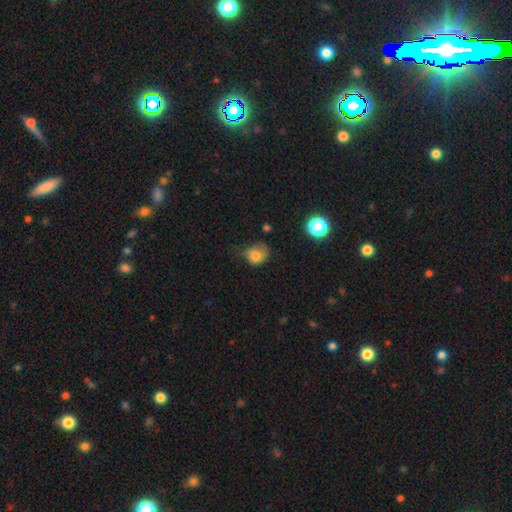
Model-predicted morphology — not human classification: Smooth or featured? smooth (78%)
How rounded? round (62%)
Merging? minor disturbance (40%)